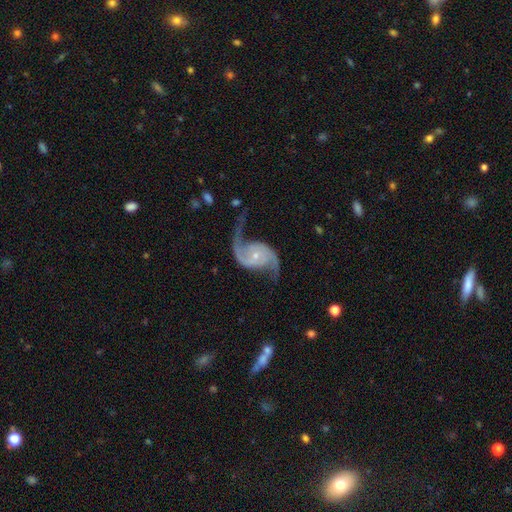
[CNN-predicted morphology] This appears to be a featured or disk galaxy (92%) with no bar (59%), 2 (94%) loose (69%) spiral arms (98%) and a small central bulge (72%). Merging: none (68%).